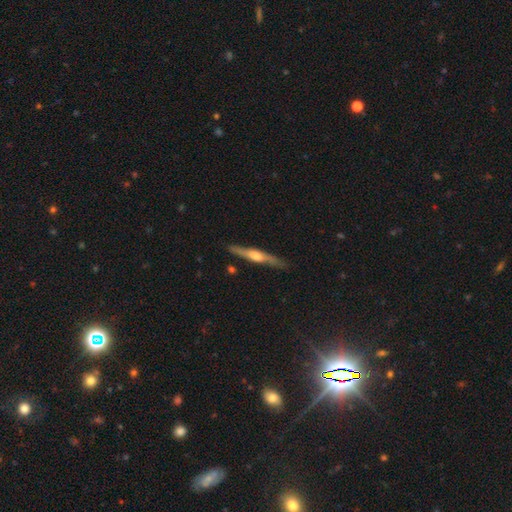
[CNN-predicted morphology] Smooth or featured: featured or disk — 70% (smooth — 25%)
Edge-on disk: yes — 96% (no — 4%)
Edge-on bulge: rounded — 83% (boxy — 10%)
Merging: none — 85% (minor disturbance — 11%)